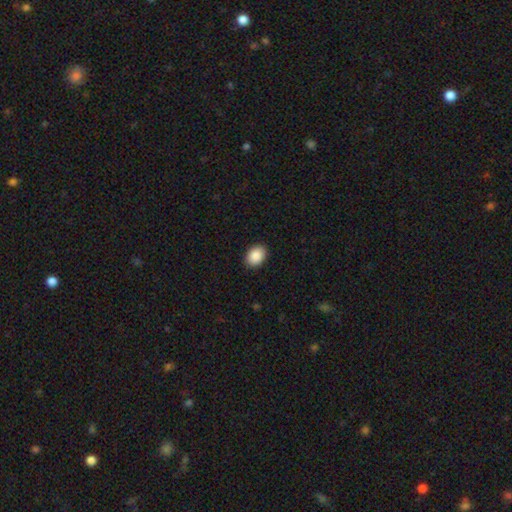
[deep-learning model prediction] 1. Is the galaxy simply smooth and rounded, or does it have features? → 89% smooth, 7% star or artifact, 3% featured or disk.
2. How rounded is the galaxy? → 77% in between, 23% round, 1% cigar-shaped.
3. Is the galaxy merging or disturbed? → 90% none, 7% minor disturbance, 2% major disturbance, 1% merger.